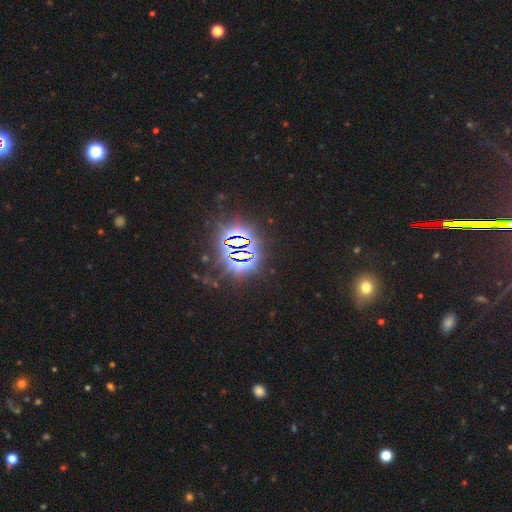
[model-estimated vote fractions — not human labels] This is clearly a star or artifact rather than a galaxy (83%).